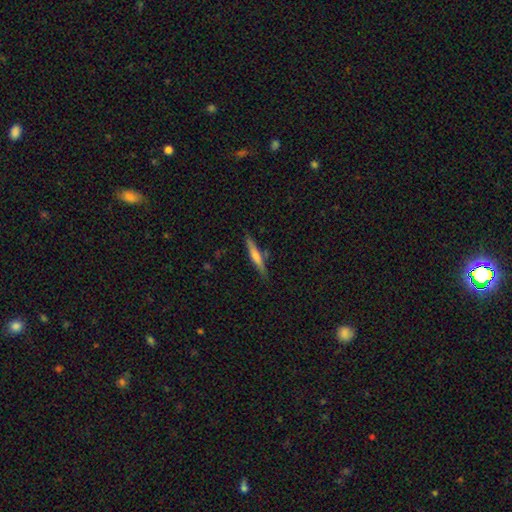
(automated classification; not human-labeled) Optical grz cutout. It shows a featured or disk galaxy (49%). Merging: none (83%).